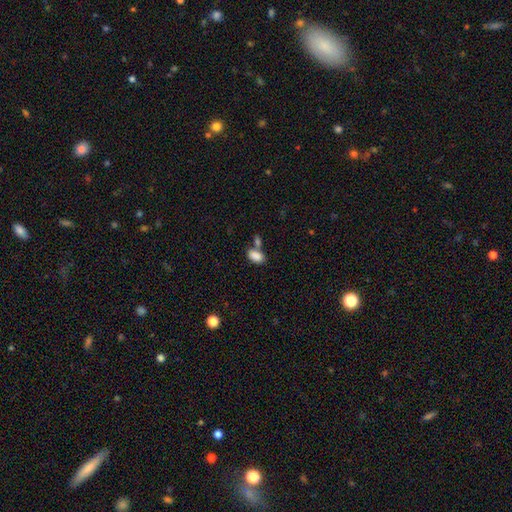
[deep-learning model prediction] Smooth or featured: smooth — 86% (star or artifact — 8%)
How rounded: in between — 91% (round — 7%)
Merging: none — 48% (merger — 36%)